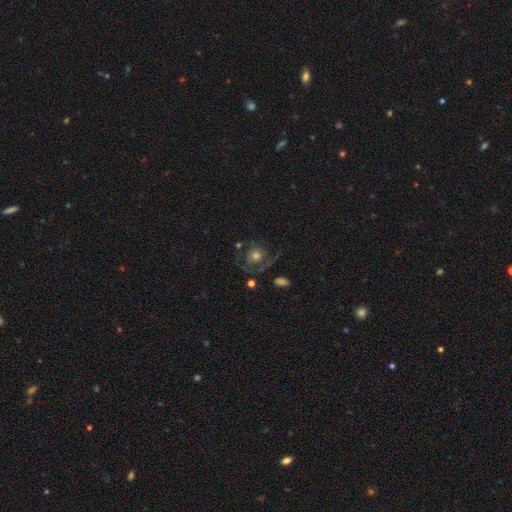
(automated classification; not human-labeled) A featured or disk galaxy (64%) with no bar (83%), spiral arms (75%) and a moderate central bulge (56%). Merging: none (61%).